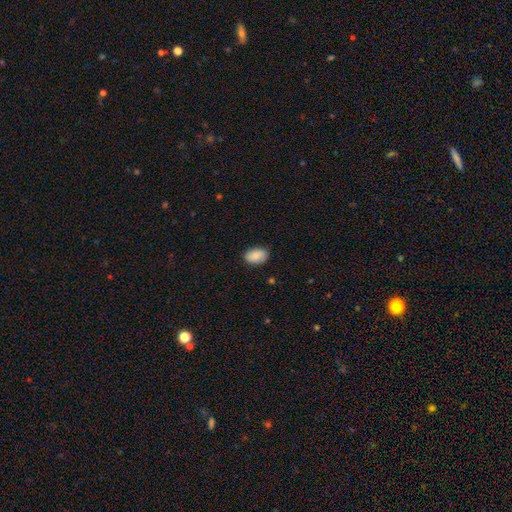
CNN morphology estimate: smooth 87%, star or artifact 7%, featured or disk 6%. Down the decision tree: how rounded — in between (87%); merging — none (84%).